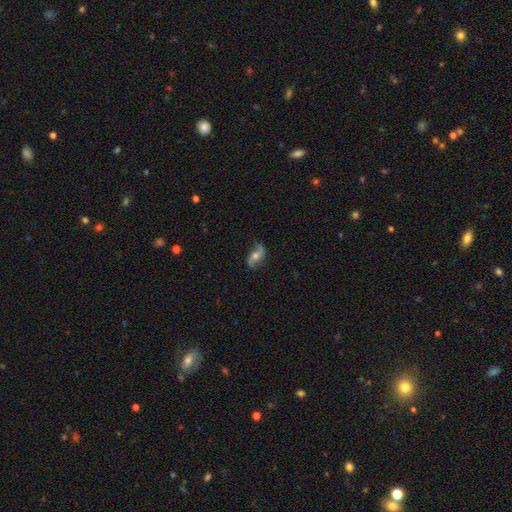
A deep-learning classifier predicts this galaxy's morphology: Smooth or featured? featured or disk (80%)
Edge-on disk? no (95%)
Bar? no (53%)
Spiral arms? yes (94%)
Spiral winding? loose (73%)
Spiral arm count? 2 (92%)
Bulge size? moderate (64%)
Merging? none (79%)